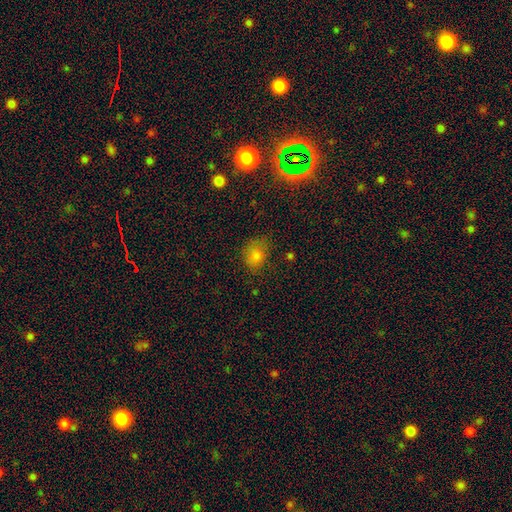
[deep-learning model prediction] Morphology: type=smooth (70%); roundness=round (52%); merging=none (68%).